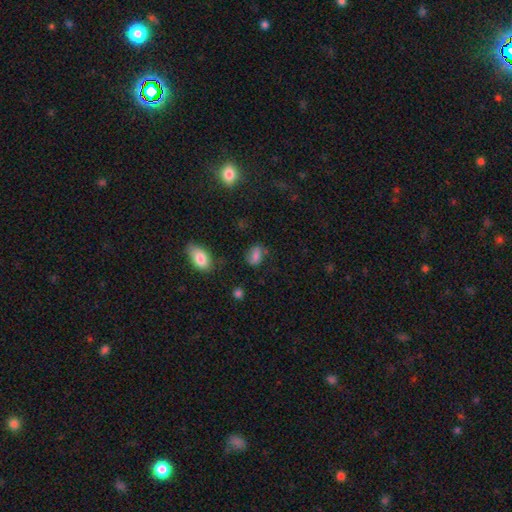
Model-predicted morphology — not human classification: Smooth or featured? Predicted: smooth (p=0.77). How rounded? Predicted: in between (p=0.84). Merging? Predicted: none (p=0.64).